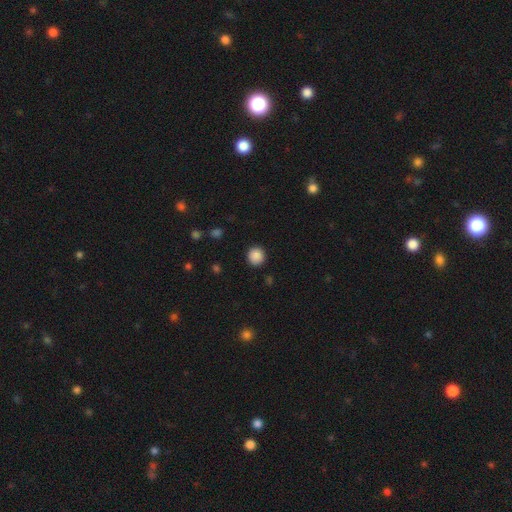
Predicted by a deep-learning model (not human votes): smooth-or-featured: smooth: 88% | star or artifact: 9% | featured or disk: 3%
  how-rounded: round: 92% | in between: 7% | cigar-shaped: 1%
  merging: none: 91% | minor disturbance: 6% | major disturbance: 2% | merger: 1%